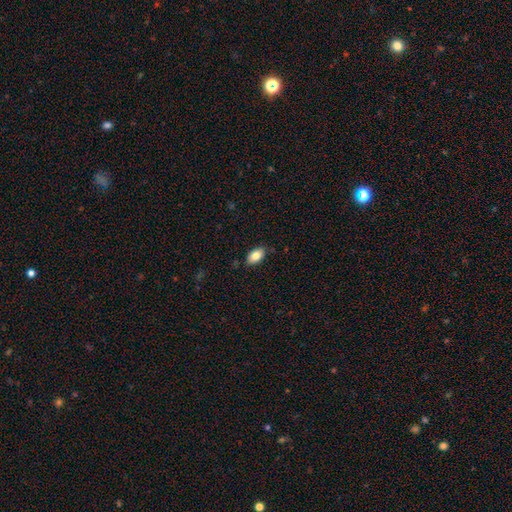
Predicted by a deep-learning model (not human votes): Morphology: type=smooth (81%); roundness=in between (93%); merging=none (84%).